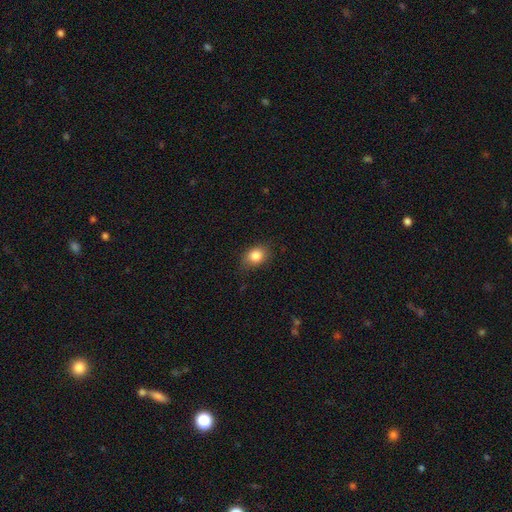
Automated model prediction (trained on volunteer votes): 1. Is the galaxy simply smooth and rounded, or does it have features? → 84% smooth, 9% star or artifact, 7% featured or disk.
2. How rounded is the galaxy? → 57% in between, 42% round, 1% cigar-shaped.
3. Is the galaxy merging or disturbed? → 76% none, 19% minor disturbance, 4% major disturbance, 1% merger.